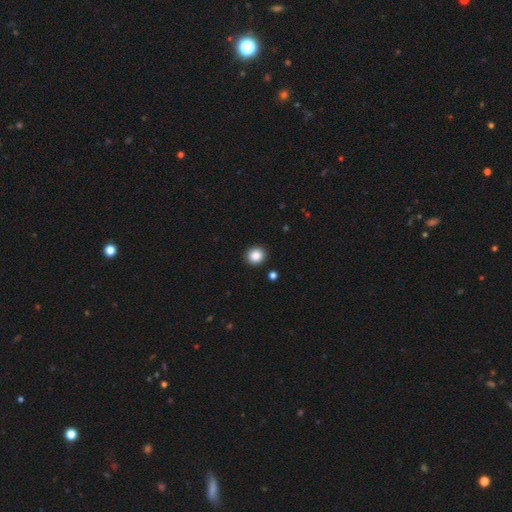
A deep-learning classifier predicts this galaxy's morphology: smooth 87%, star or artifact 10%, featured or disk 3%. Down the decision tree: how rounded — round (90%); merging — none (92%).